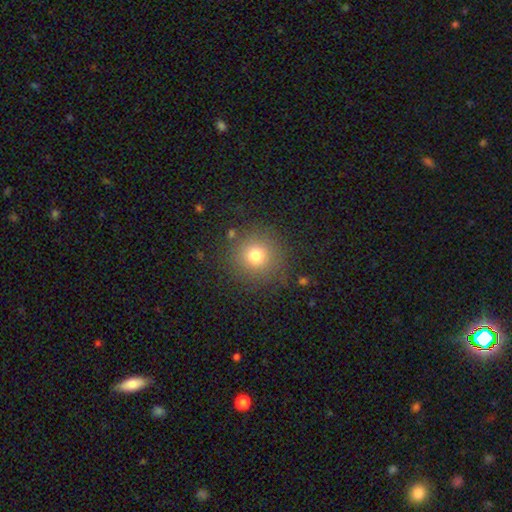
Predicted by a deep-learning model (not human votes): Morphology: type=smooth (73%); roundness=round (94%); merging=none (84%).